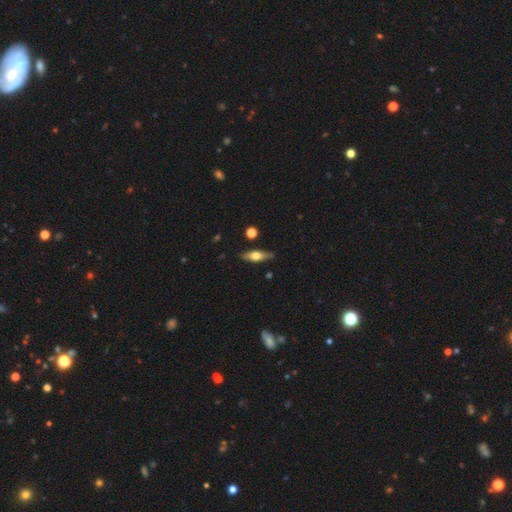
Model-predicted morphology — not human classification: Q: Smooth or featured?
A: smooth (49%); runner-up: featured or disk (44%)
Q: Merging?
A: none (84%); runner-up: minor disturbance (11%)